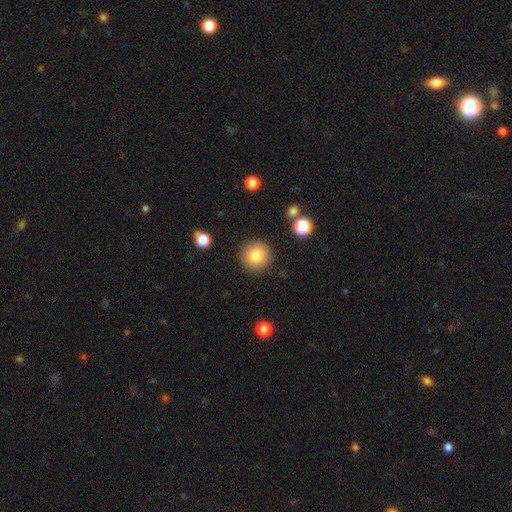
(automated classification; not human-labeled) Q: Smooth or featured?
A: smooth (82%); runner-up: star or artifact (9%)
Q: How rounded?
A: round (95%); runner-up: in between (4%)
Q: Merging?
A: none (89%); runner-up: minor disturbance (7%)